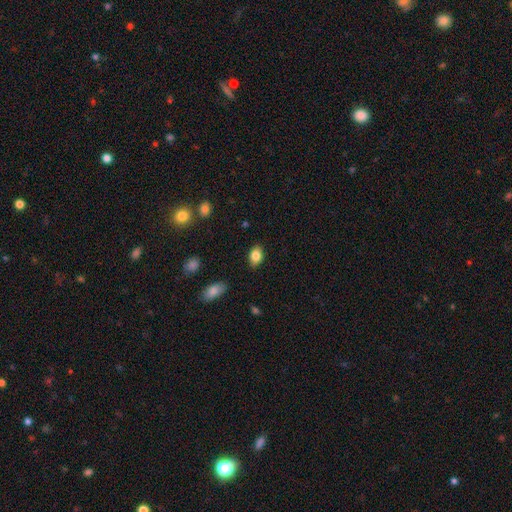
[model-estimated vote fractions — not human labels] This appears to be a smooth galaxy with no disk features (83%) that is in between round and cigar-shaped (82%). Merging: none (86%).